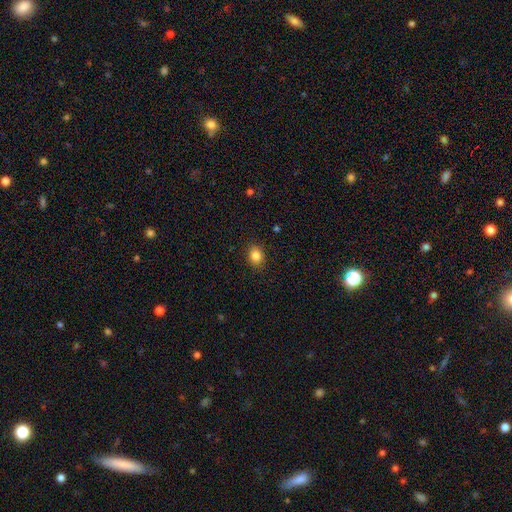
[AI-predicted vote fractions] This is clearly a smooth galaxy (85%). How rounded: possibly round (51%). Merging: clearly none (88%).